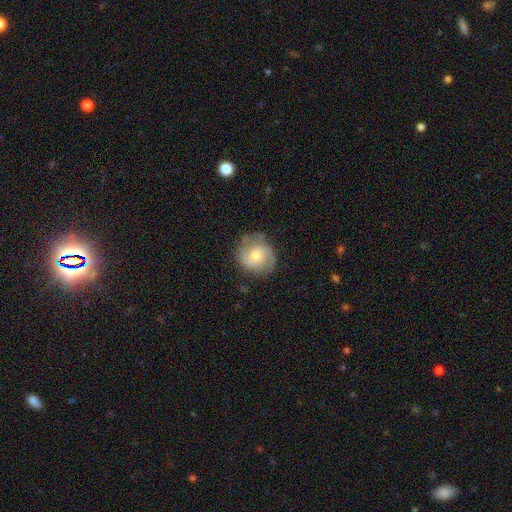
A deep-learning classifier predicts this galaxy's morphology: Smooth or featured? featured or disk (58%)
Edge-on disk? no (97%)
Bar? no (69%)
Spiral arms? yes (85%)
Bulge size? moderate (59%)
Merging? none (71%)